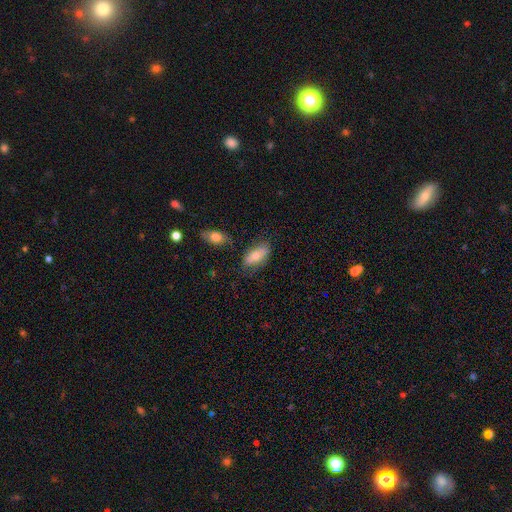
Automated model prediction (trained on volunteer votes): Overall: smooth (74%). How rounded: in between (87%). Merging: none (73%).